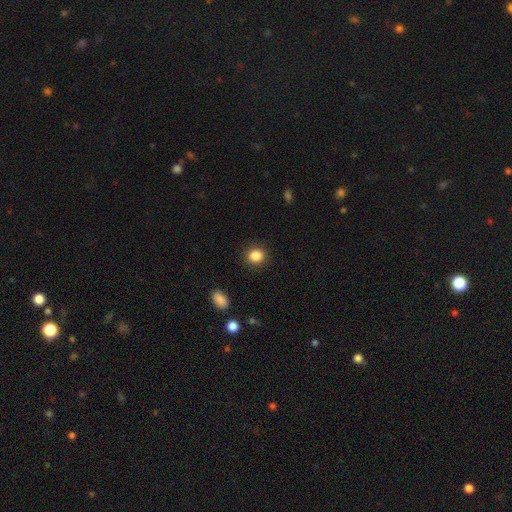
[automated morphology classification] A smooth galaxy with no disk features (86%) that is round (82%).

Vote fractions:
- Smooth or featured? smooth: 86% / star or artifact: 10% / featured or disk: 4%
- How rounded? round: 82% / in between: 17% / cigar-shaped: 1%
- Merging? none: 89% / minor disturbance: 7% / major disturbance: 3% / merger: 1%